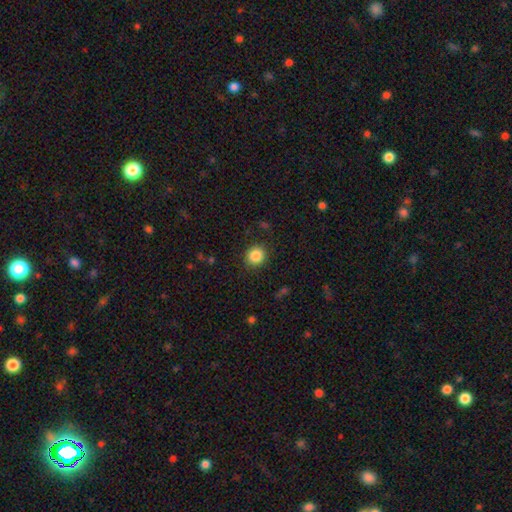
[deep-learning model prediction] Q: Smooth or featured?
A: smooth (86%); runner-up: star or artifact (10%)
Q: How rounded?
A: round (86%); runner-up: in between (13%)
Q: Merging?
A: none (89%); runner-up: minor disturbance (8%)